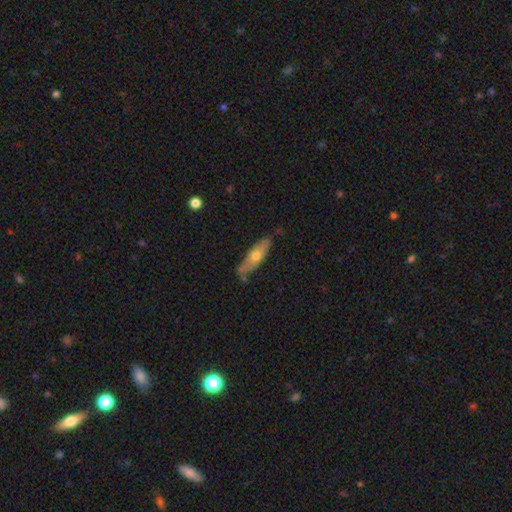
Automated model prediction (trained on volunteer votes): featured or disk 48%, smooth 47%, star or artifact 6%. Down the decision tree: merging — none (75%).